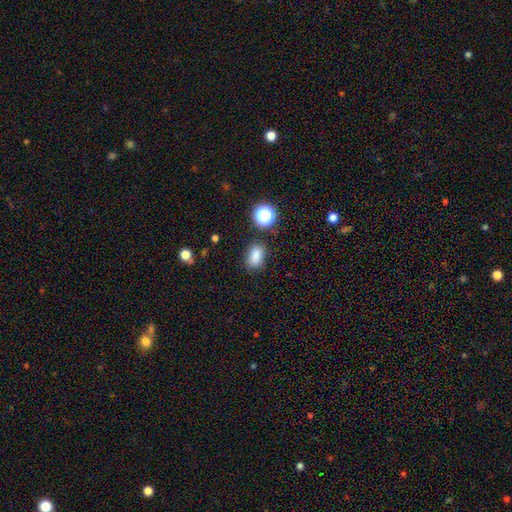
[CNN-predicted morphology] A smooth galaxy with no disk features (83%) that is in between round and cigar-shaped (80%). Merging: none (78%).